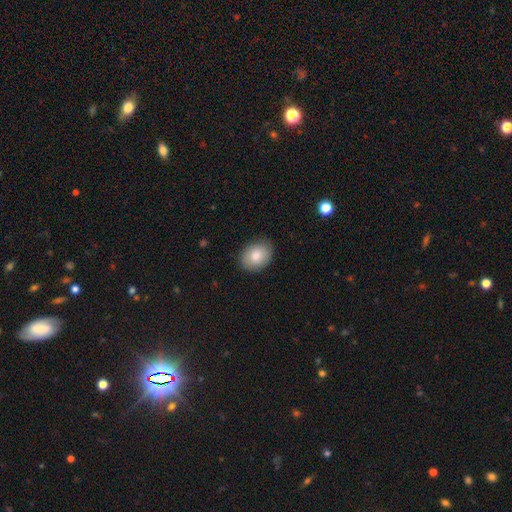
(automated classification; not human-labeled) Morphology: type=smooth (80%); roundness=in between (59%); merging=none (82%).